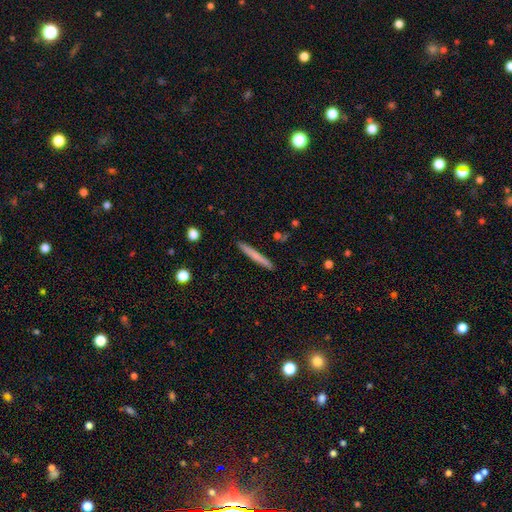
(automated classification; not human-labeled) Overall: smooth (68%). How rounded: cigar-shaped (97%). Merging: none (92%).